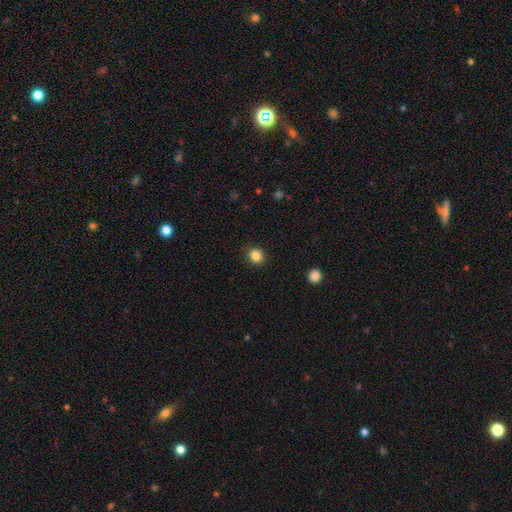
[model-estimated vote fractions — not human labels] This appears to be a smooth galaxy with no disk features (85%) that is round (86%). Merging: none (90%).